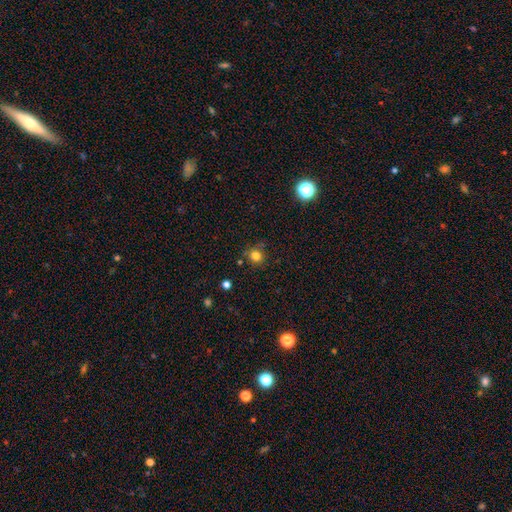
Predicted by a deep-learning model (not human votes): This is likely a smooth galaxy (80%). How rounded: clearly round (88%). Merging: likely none (77%).